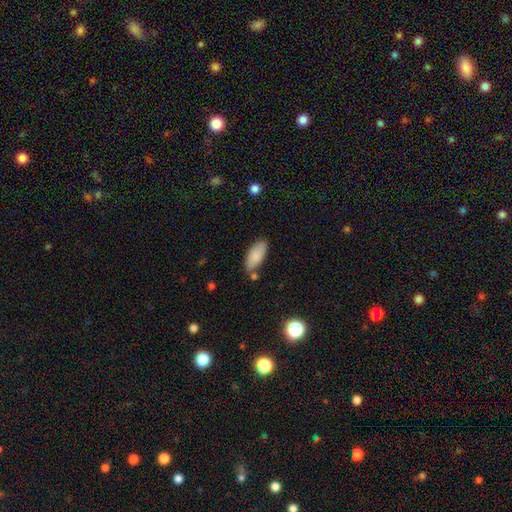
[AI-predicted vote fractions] Smooth or featured?
  - smooth: 85% *
  - featured or disk: 9%
  - star or artifact: 6%
How rounded?
  - in between: 85% *
  - cigar-shaped: 13%
  - round: 2%
Merging?
  - none: 72% *
  - minor disturbance: 16%
  - merger: 8%
  - major disturbance: 3%